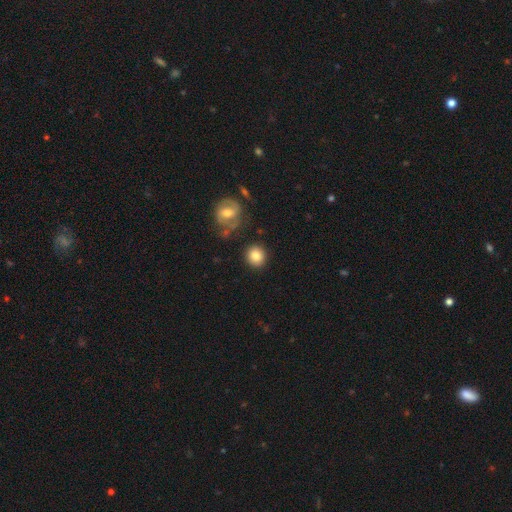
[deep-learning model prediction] Overall: smooth (84%). How rounded: round (88%). Merging: none (87%).